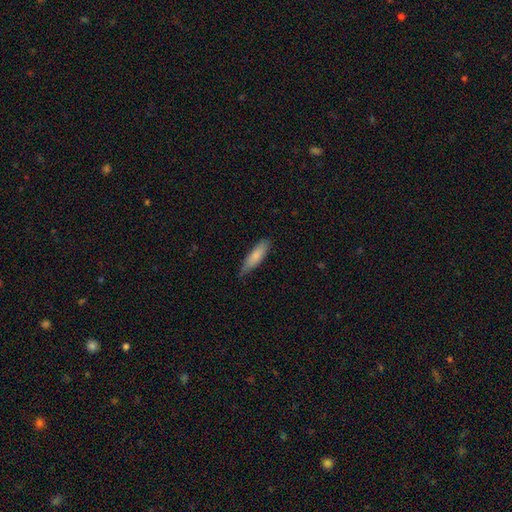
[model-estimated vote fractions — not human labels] Smooth or featured?
  - smooth: 81% *
  - featured or disk: 13%
  - star or artifact: 6%
How rounded?
  - cigar-shaped: 65% *
  - in between: 34%
  - round: 2%
Merging?
  - none: 71% *
  - minor disturbance: 24%
  - major disturbance: 3%
  - merger: 1%